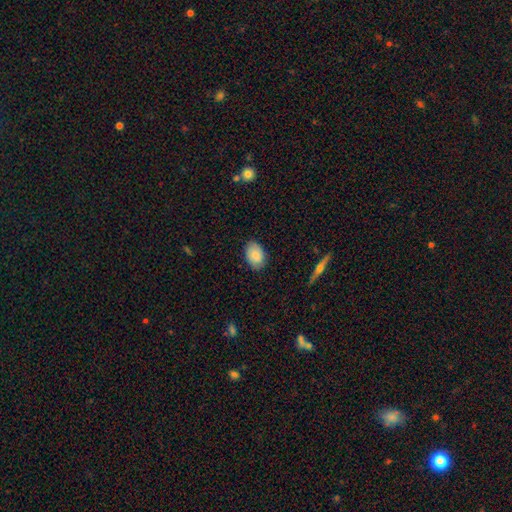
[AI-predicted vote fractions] smooth_or_featured: smooth (p=0.84) [alt: featured or disk p=0.09]
how_rounded: in between (p=0.87) [alt: round p=0.12]
merging: none (p=0.84) [alt: minor disturbance p=0.13]